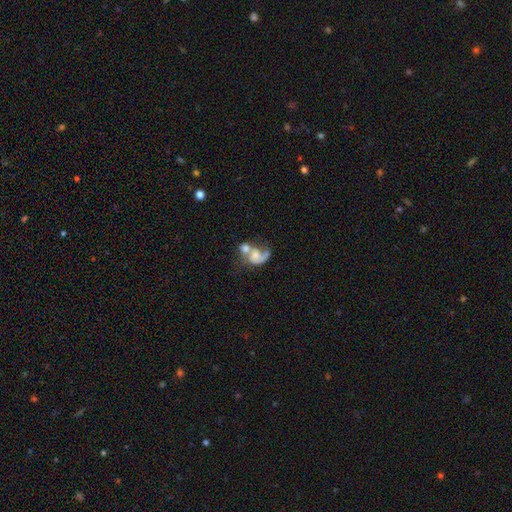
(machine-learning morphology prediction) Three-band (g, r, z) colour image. It shows a featured or disk galaxy (58%) with no bar (72%), spiral arms (74%) and a moderate central bulge (34%). Merging: merger (61%).